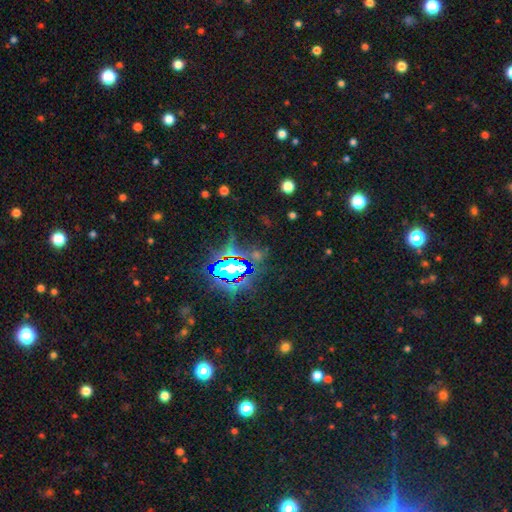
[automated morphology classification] Smooth or featured? star or artifact (78%)